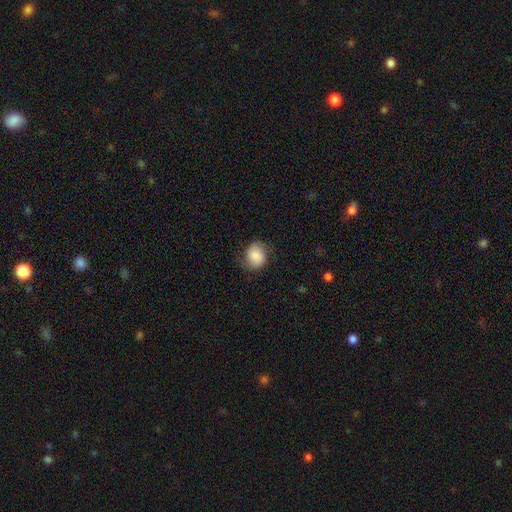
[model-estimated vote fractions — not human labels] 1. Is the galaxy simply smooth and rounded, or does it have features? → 75% smooth, 17% featured or disk, 8% star or artifact.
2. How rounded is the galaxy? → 64% round, 35% in between, 1% cigar-shaped.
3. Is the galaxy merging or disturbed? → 70% none, 21% minor disturbance, 8% major disturbance, 1% merger.